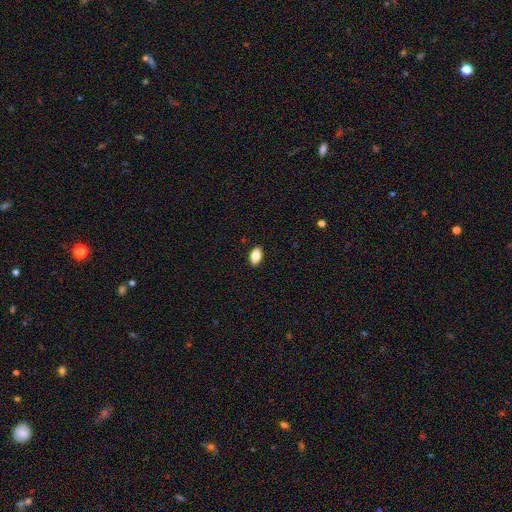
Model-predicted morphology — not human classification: The model was most divided on "smooth or featured": smooth: 84%, featured or disk: 8%, star or artifact: 8%. More confident: how rounded — in between (91%); merging — none (89%).